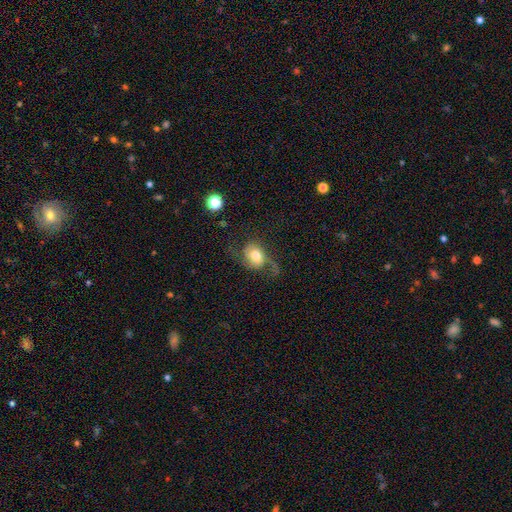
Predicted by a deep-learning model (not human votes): A smooth galaxy with no disk features (45%, tied with featured or disk).

Vote fractions:
- Smooth or featured? smooth: 45% (tied) / featured or disk: 45% (tied) / star or artifact: 10%
- Merging? none: 43% / major disturbance: 32% / minor disturbance: 21% / merger: 3%